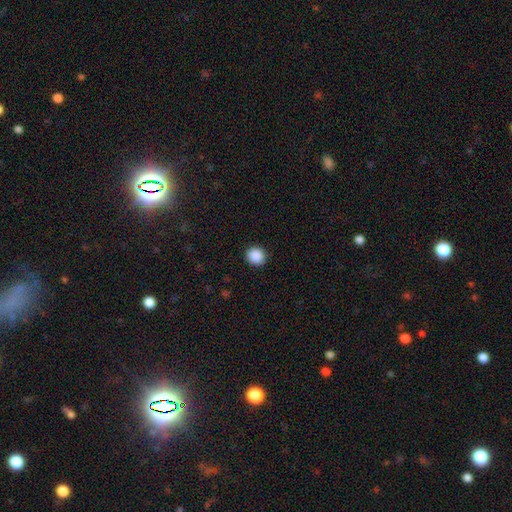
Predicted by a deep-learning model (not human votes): A smooth galaxy with no disk features (89%) that is round (88%). Merging: none (91%).